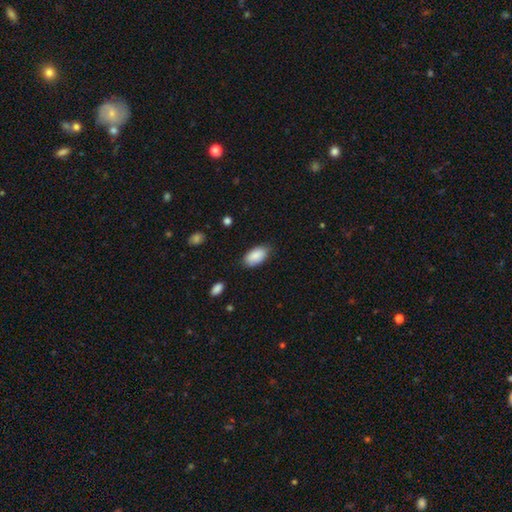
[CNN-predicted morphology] Overall: smooth (88%). How rounded: in between (94%). Merging: none (80%).